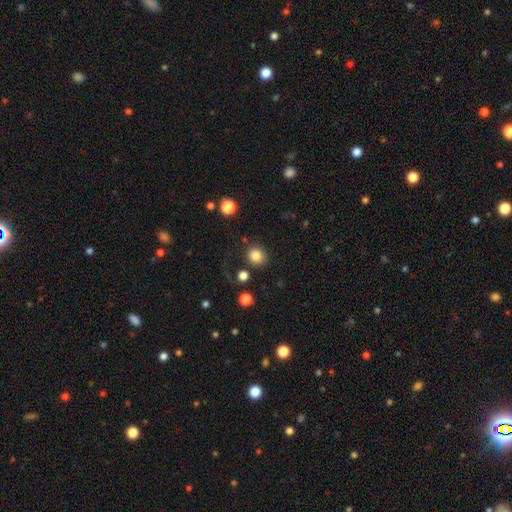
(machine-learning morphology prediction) A smooth galaxy with no disk features (83%) that is round (86%).

Vote fractions:
- Smooth or featured? smooth: 83% / star or artifact: 11% / featured or disk: 6%
- How rounded? round: 86% / in between: 13% / cigar-shaped: 1%
- Merging? none: 82% / minor disturbance: 9% / merger: 5% / major disturbance: 4%